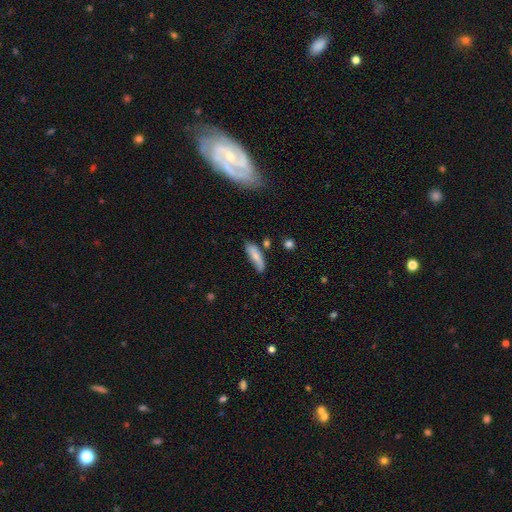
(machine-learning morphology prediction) A smooth galaxy with no disk features (70%) that is cigar-shaped (51%). Merging: none (62%).